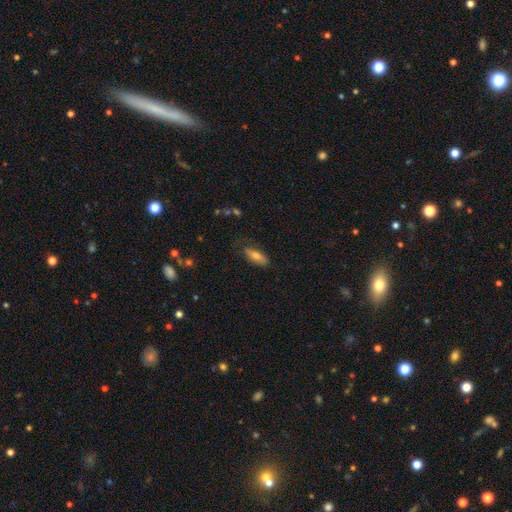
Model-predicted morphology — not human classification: smooth-or-featured: smooth: 70% | featured or disk: 22% | star or artifact: 8%
  how-rounded: in between: 68% | cigar-shaped: 30% | round: 3%
  merging: none: 73% | minor disturbance: 20% | major disturbance: 6% | merger: 2%